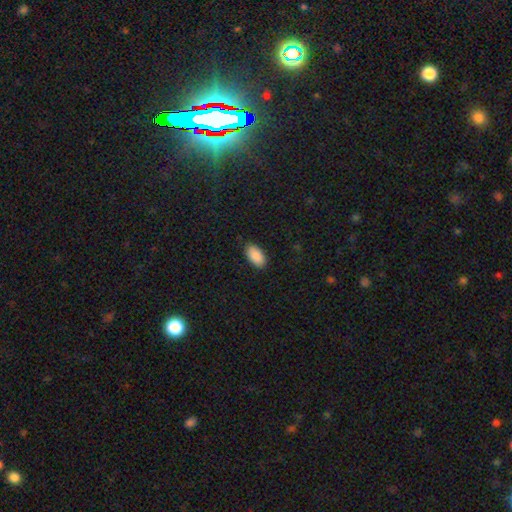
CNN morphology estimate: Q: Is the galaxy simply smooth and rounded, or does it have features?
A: smooth — 91%.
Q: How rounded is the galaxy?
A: in between — 95%.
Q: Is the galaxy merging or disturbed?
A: none — 87%.